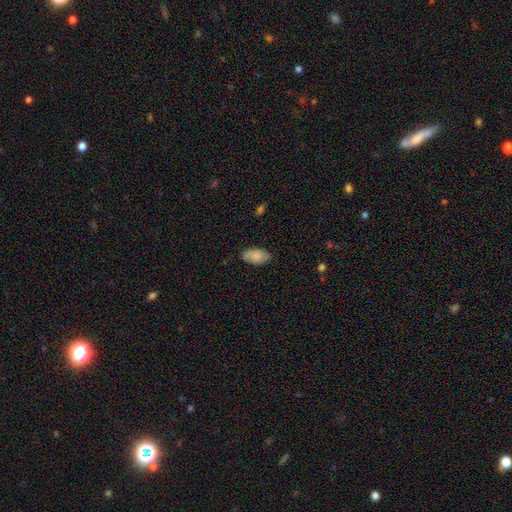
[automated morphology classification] A smooth galaxy with no disk features (83%) that is in between round and cigar-shaped (94%).

Vote fractions:
- Smooth or featured? smooth: 83% / featured or disk: 10% / star or artifact: 7%
- How rounded? in between: 94% / round: 3% / cigar-shaped: 3%
- Merging? none: 78% / minor disturbance: 17% / major disturbance: 3% / merger: 1%